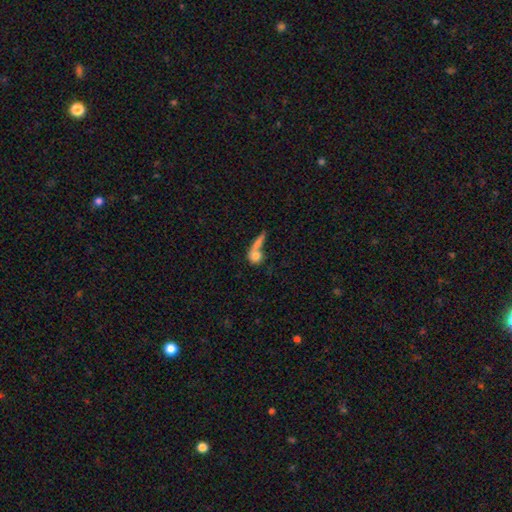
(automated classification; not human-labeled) smooth-or-featured: smooth: 71% | featured or disk: 19% | star or artifact: 9%
  how-rounded: round: 57% | in between: 29% | cigar-shaped: 14%
  merging: merger: 41% | none: 33% | major disturbance: 15% | minor disturbance: 11%